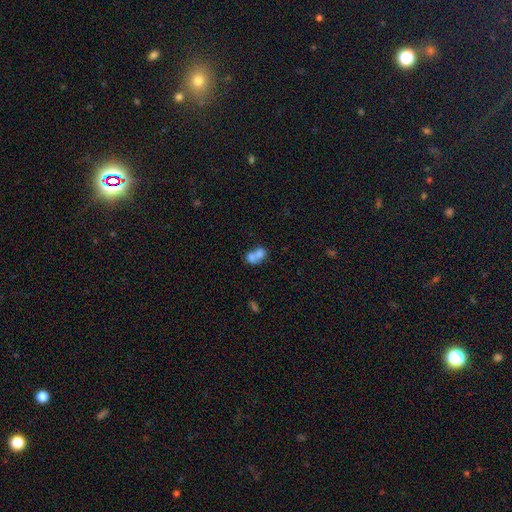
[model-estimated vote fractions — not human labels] Morphology: type=smooth (71%); roundness=in between (59%); merging=merger (72%).